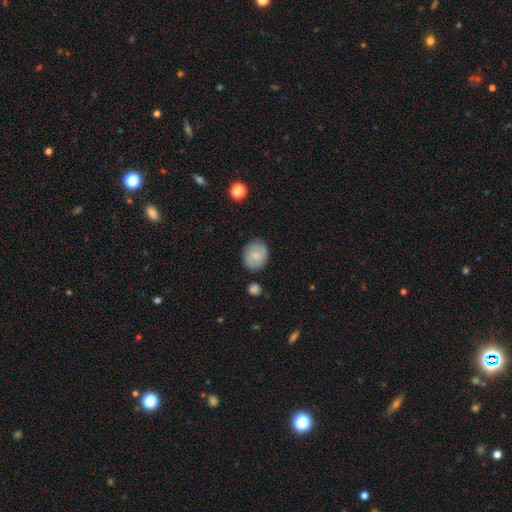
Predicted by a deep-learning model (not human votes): smooth 76%, featured or disk 17%, star or artifact 7%. Down the decision tree: how rounded — round (68%); merging — none (83%).